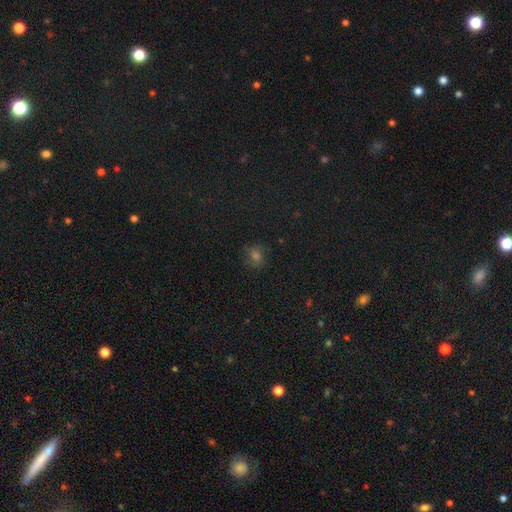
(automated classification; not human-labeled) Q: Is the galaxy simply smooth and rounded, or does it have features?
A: smooth — 55%.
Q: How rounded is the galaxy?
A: round — 73%.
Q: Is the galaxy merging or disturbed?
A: none — 81%.